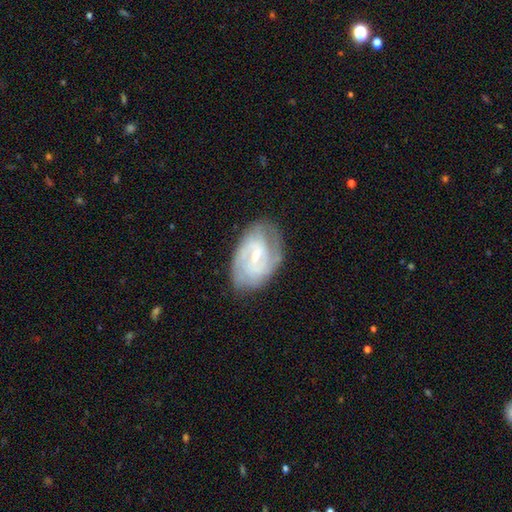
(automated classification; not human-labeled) Smooth or featured? Predicted: featured or disk (p=0.78). Edge-on disk? Predicted: no (p=0.96). Bar? Predicted: weak (p=0.54). Spiral arms? Predicted: yes (p=0.90). Spiral winding? Predicted: tight (p=0.53). Spiral arm count? Predicted: 2 (p=0.48). Bulge size? Predicted: small (p=0.62). Merging? Predicted: none (p=0.73).